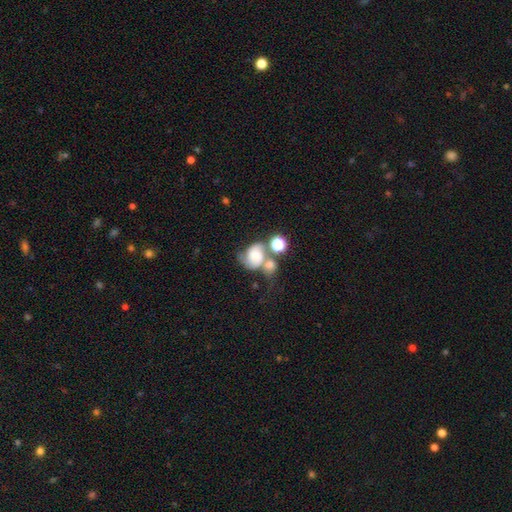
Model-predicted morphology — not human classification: type=featured or disk (51%); edge-on=no (97%); merging=merger (44%).